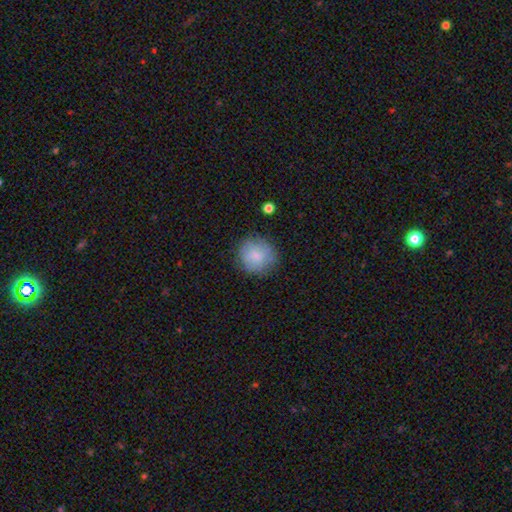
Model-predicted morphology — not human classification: This is likely a smooth galaxy (77%). How rounded: clearly round (88%). Merging: likely none (77%).